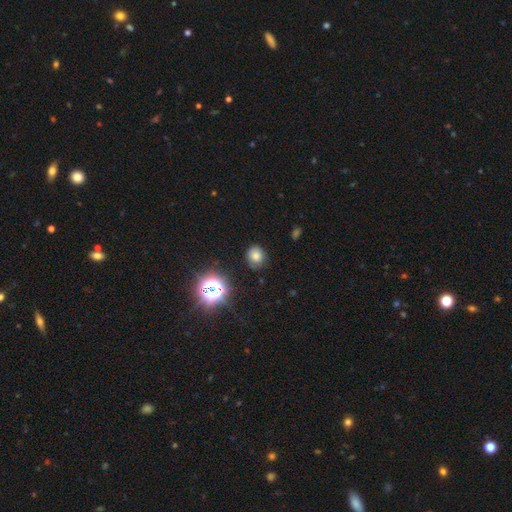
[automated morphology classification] Smooth or featured? Predicted: smooth (p=0.72). How rounded? Predicted: round (p=0.69). Merging? Predicted: none (p=0.80).